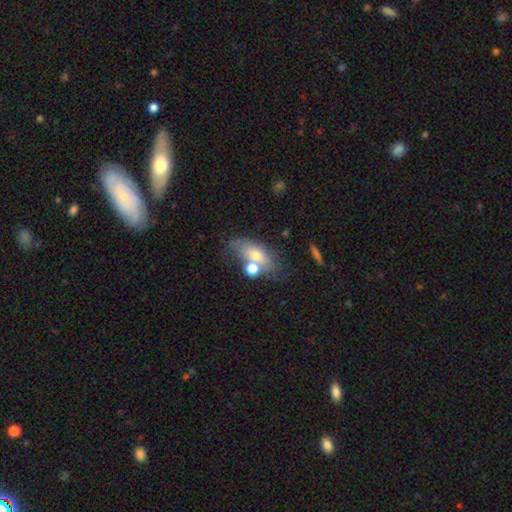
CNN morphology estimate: type=smooth (63%); roundness=in between (75%); merging=none (47%).